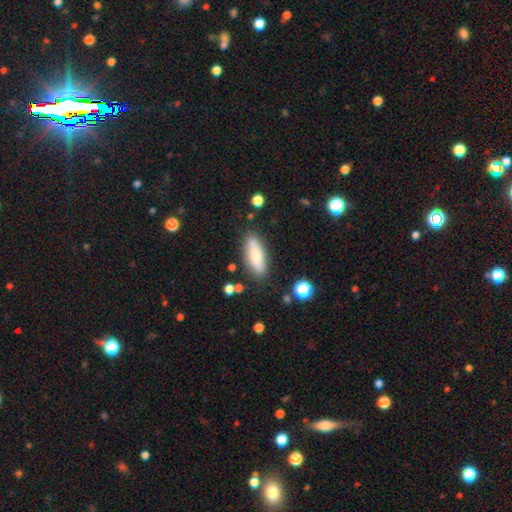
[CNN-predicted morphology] Overall: smooth (72%). How rounded: in between (63%; cigar-shaped 35%). Merging: none (79%).